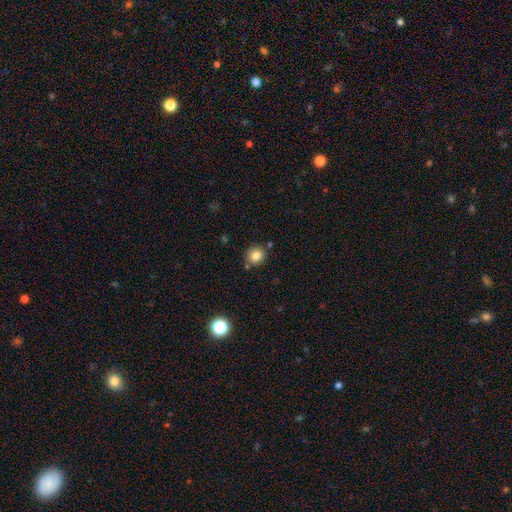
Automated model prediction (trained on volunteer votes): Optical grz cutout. It shows a smooth galaxy with no disk features (82%) that is round (82%). Merging: none (81%).